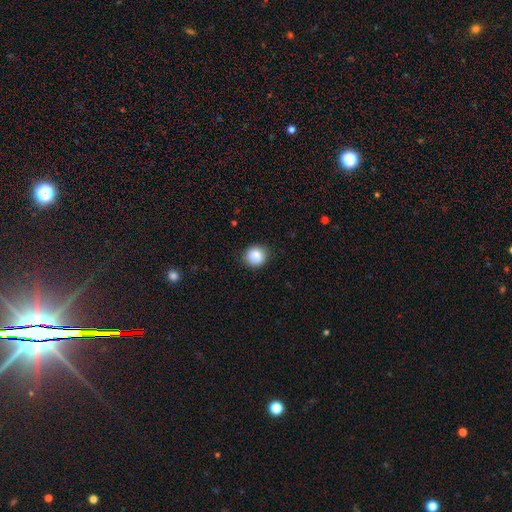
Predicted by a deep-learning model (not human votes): Smooth or featured: smooth — 86% (star or artifact — 9%)
How rounded: round — 86% (in between — 13%)
Merging: none — 86% (minor disturbance — 10%)